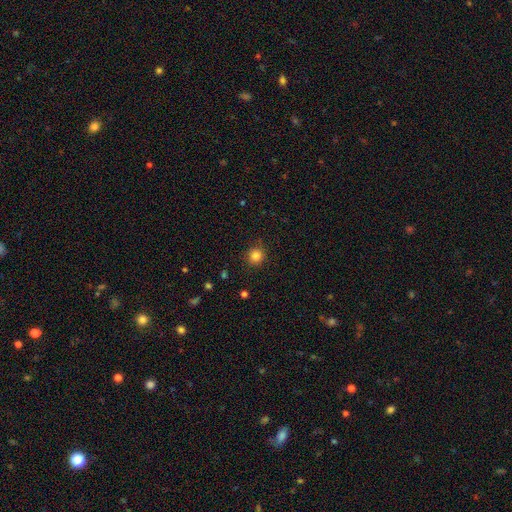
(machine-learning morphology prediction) Smooth or featured: smooth — 84% (star or artifact — 12%)
How rounded: round — 92% (in between — 7%)
Merging: none — 89% (minor disturbance — 7%)